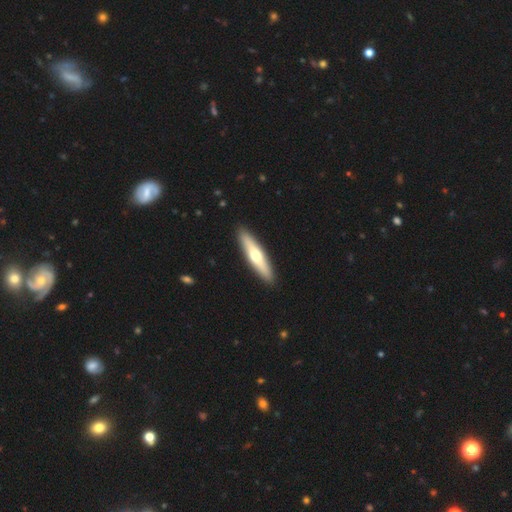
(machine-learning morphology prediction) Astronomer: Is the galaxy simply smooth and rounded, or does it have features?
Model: smooth — 49% (runner-up: featured or disk, 47%).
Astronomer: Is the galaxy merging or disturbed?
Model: none — 92%.